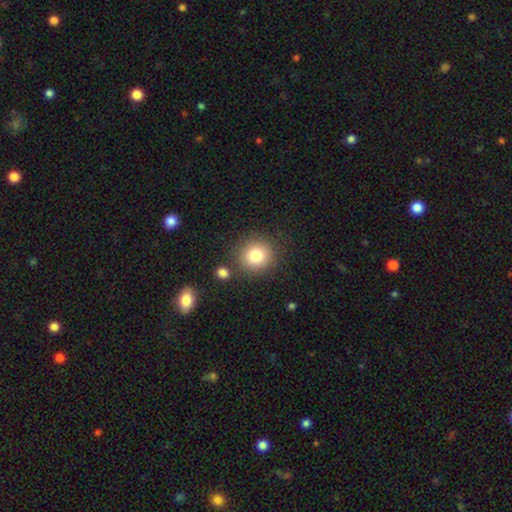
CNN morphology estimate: The model was most divided on "smooth or featured": smooth: 82%, star or artifact: 10%, featured or disk: 8%. More confident: how rounded — round (88%); merging — none (82%).